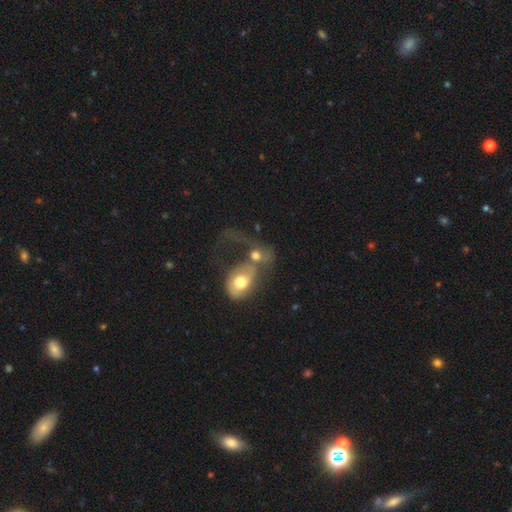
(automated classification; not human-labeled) This is possibly a smooth galaxy (54%). How rounded: possibly in between (60%). Merging: likely merger (66%).